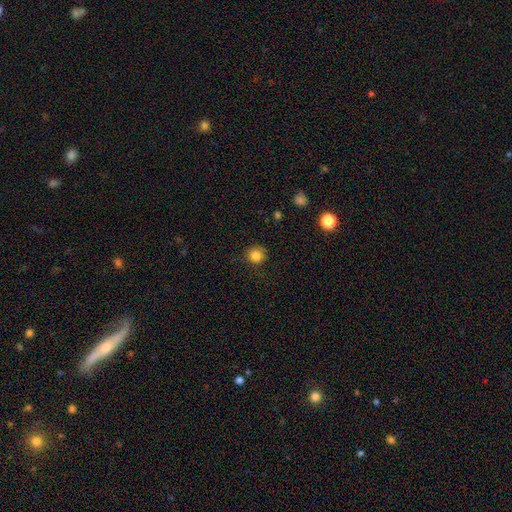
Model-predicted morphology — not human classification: smooth 83%, star or artifact 12%, featured or disk 6%. Down the decision tree: how rounded — round (89%); merging — none (79%).